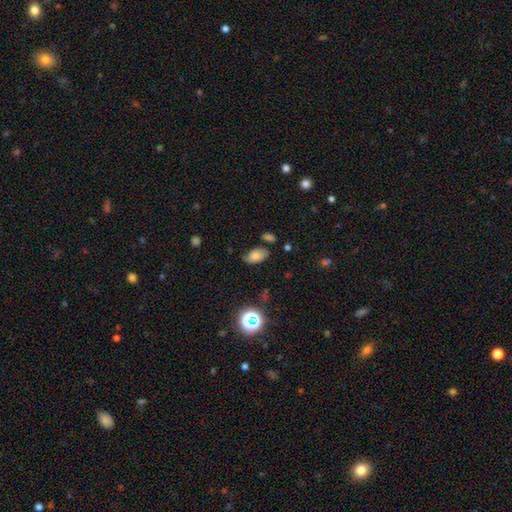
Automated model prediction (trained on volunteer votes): smooth-or-featured: smooth: 72% | featured or disk: 15% | star or artifact: 14%
  how-rounded: in between: 91% | round: 7% | cigar-shaped: 2%
  merging: none: 66% | minor disturbance: 24% | major disturbance: 6% | merger: 4%